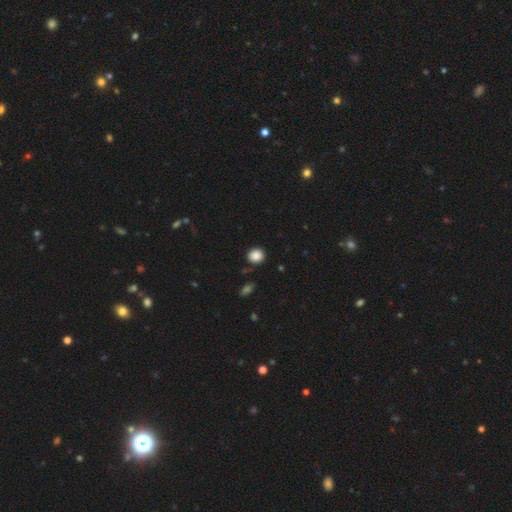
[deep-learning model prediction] Smooth or featured? Predicted: smooth (p=0.87). How rounded? Predicted: round (p=0.76). Merging? Predicted: none (p=0.84).